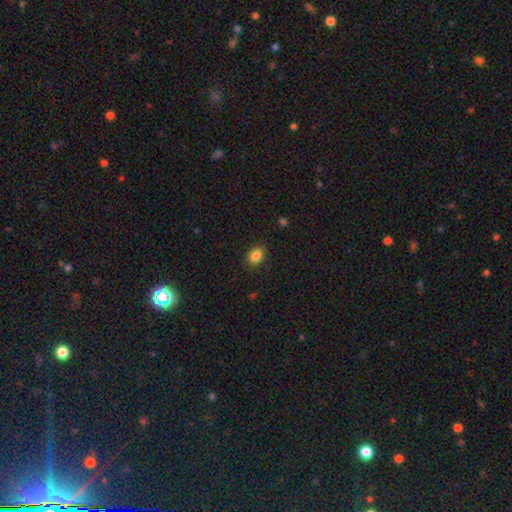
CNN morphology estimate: Smooth or featured? Predicted: smooth (p=0.86). How rounded? Predicted: in between (p=0.66). Merging? Predicted: none (p=0.87).